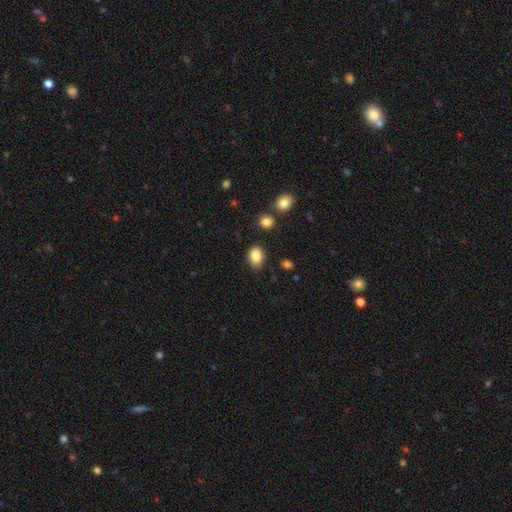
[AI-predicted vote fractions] Overall: smooth (87%). How rounded: in between (76%). Merging: none (79%).